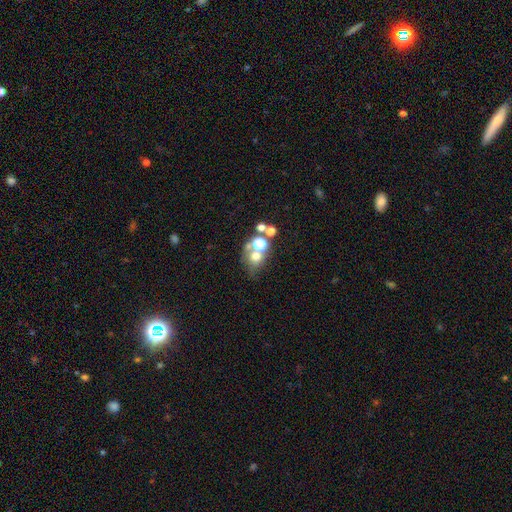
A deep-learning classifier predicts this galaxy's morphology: type=smooth (58%); roundness=round (71%); merging=merger (42%).